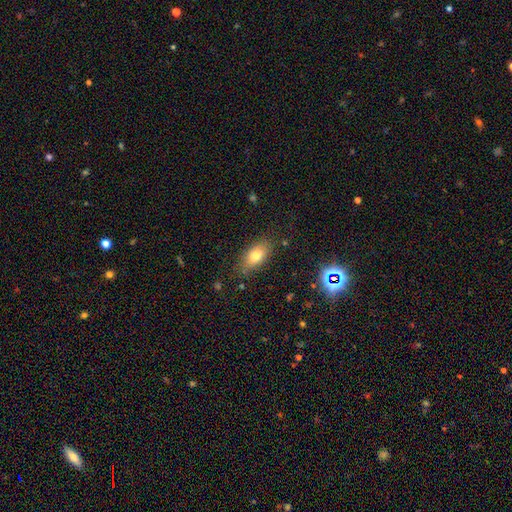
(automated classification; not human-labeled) smooth-or-featured: smooth: 76% | featured or disk: 14% | star or artifact: 10%
  how-rounded: in between: 86% | round: 8% | cigar-shaped: 6%
  merging: none: 78% | minor disturbance: 16% | major disturbance: 4% | merger: 2%